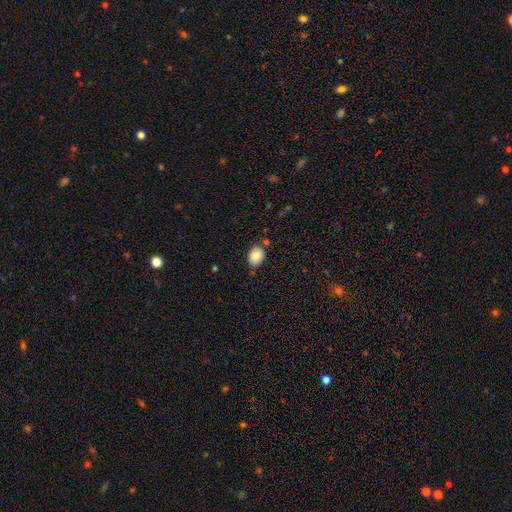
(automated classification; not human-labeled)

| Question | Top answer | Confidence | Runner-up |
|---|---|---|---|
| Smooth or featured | smooth | 81% | featured or disk (10%) |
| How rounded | in between | 57% | round (42%) |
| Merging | none | 81% | minor disturbance (13%) |